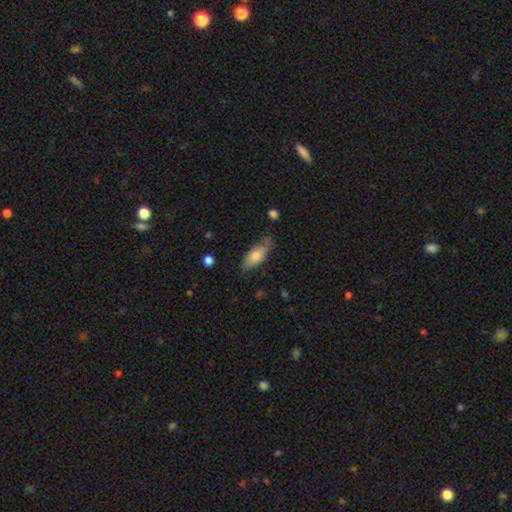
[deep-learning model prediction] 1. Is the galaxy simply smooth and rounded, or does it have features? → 73% smooth, 20% featured or disk, 6% star or artifact.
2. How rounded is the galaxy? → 79% in between, 19% cigar-shaped, 2% round.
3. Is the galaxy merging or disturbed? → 67% none, 25% minor disturbance, 6% major disturbance, 2% merger.